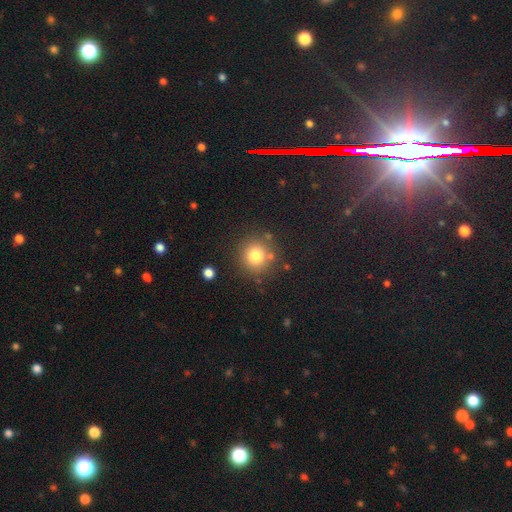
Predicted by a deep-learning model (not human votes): Smooth or featured? smooth (79%)
How rounded? round (92%)
Merging? none (82%)